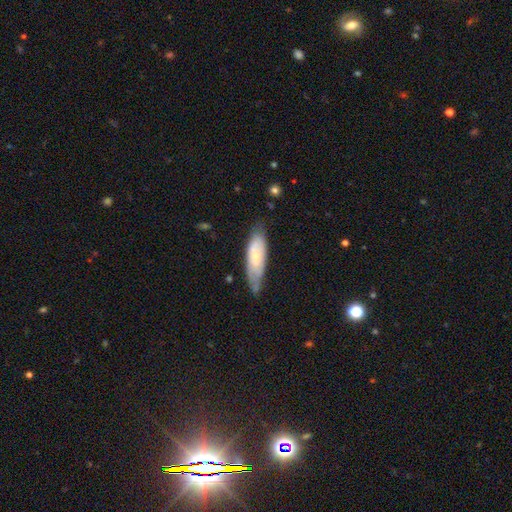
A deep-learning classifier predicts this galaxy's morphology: A smooth galaxy with no disk features (55%) that is in between round and cigar-shaped (53%).

Vote fractions:
- Smooth or featured? smooth: 55% / featured or disk: 39% / star or artifact: 6%
- How rounded? in between: 53% / cigar-shaped: 45% / round: 2%
- Merging? none: 62% / minor disturbance: 29% / major disturbance: 7% / merger: 3%